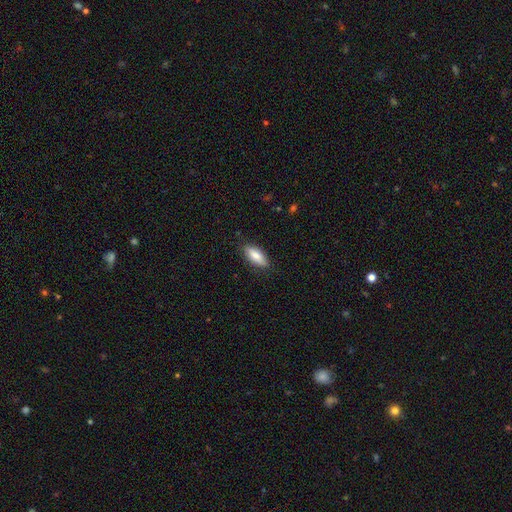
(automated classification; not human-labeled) Morphology: type=smooth (82%); roundness=in between (72%); merging=none (84%).